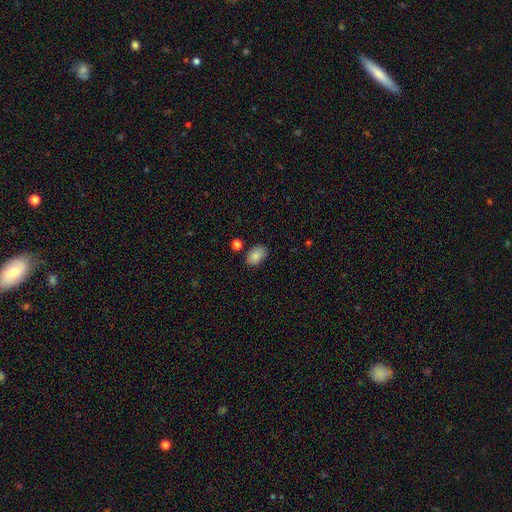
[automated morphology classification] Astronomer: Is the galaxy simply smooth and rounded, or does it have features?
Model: smooth — 86%.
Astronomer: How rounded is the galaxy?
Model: in between — 90%.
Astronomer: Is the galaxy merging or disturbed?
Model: none — 79%.